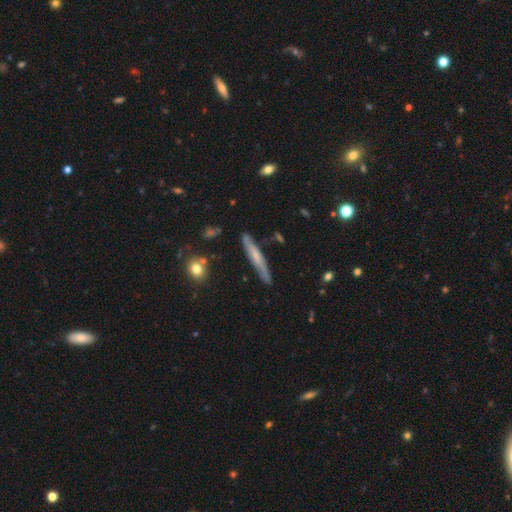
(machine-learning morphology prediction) Smooth or featured? featured or disk (50%)
Merging? none (80%)